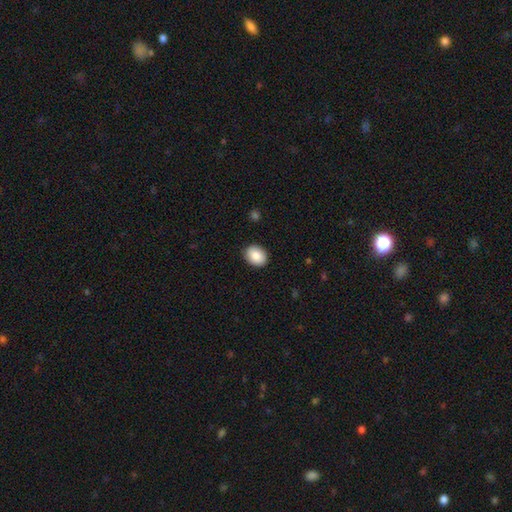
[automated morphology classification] Smooth or featured?
  - smooth: 87% *
  - star or artifact: 7%
  - featured or disk: 6%
How rounded?
  - in between: 57% *
  - round: 43%
  - cigar-shaped: 1%
Merging?
  - none: 90% *
  - minor disturbance: 8%
  - major disturbance: 2%
  - merger: 1%